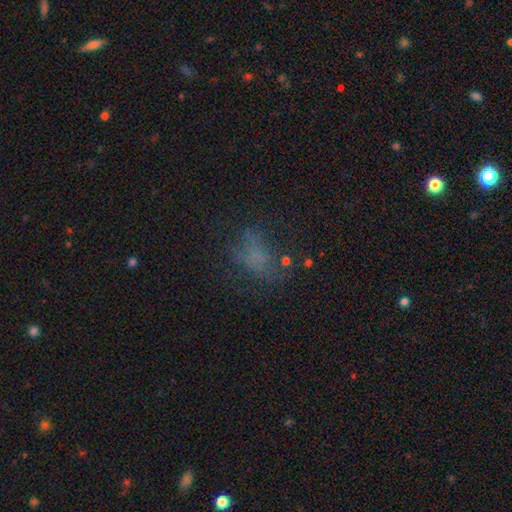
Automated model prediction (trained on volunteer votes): This appears to be a smooth galaxy with no disk features (47%). Merging: none (50%).